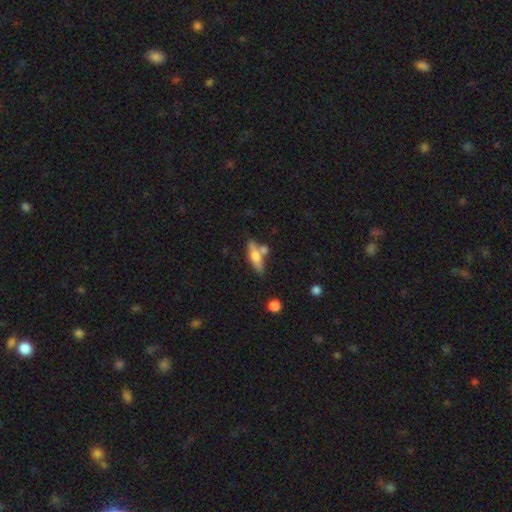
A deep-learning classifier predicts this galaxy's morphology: Smooth or featured?
  - smooth: 55% *
  - featured or disk: 38%
  - star or artifact: 7%
How rounded?
  - cigar-shaped: 58% *
  - in between: 39%
  - round: 3%
Merging?
  - none: 61% *
  - merger: 20%
  - minor disturbance: 15%
  - major disturbance: 4%